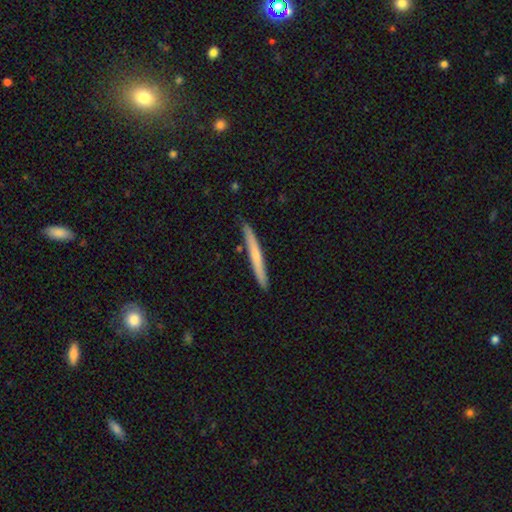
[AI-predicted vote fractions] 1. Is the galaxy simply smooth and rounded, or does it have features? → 54% smooth, 41% featured or disk, 5% star or artifact.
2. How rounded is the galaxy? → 97% cigar-shaped, 2% in between, 1% round.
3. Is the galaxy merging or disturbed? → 88% none, 9% minor disturbance, 2% merger, 1% major disturbance.